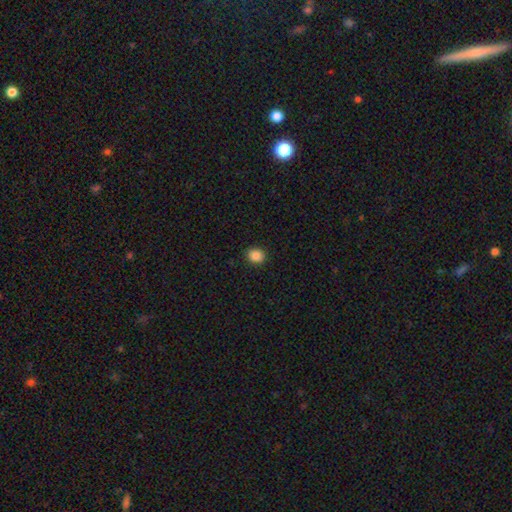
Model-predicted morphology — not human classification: A smooth galaxy with no disk features (87%) that is round (72%).

Vote fractions:
- Smooth or featured? smooth: 87% / star or artifact: 10% / featured or disk: 3%
- How rounded? round: 72% / in between: 27% / cigar-shaped: 1%
- Merging? none: 91% / minor disturbance: 6% / major disturbance: 2% / merger: 1%